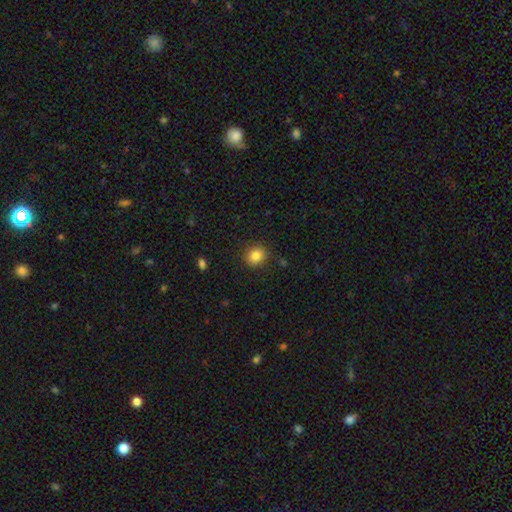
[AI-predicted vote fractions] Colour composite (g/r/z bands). It shows a smooth galaxy with no disk features (85%) that is round (76%). Merging: none (86%).